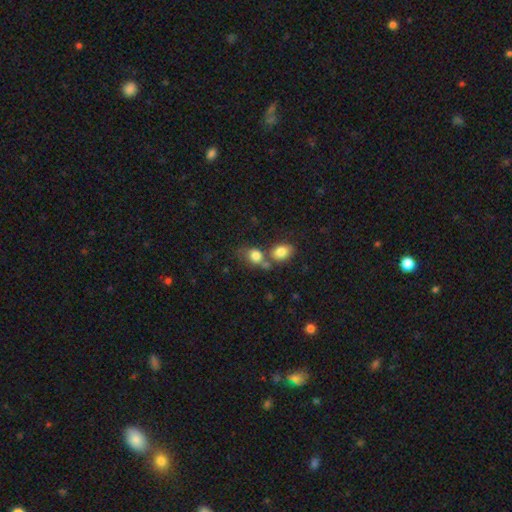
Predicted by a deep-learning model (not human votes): Overall: smooth (81%). How rounded: in between (52%; round 47%). Merging: merger (47%; none 34%).